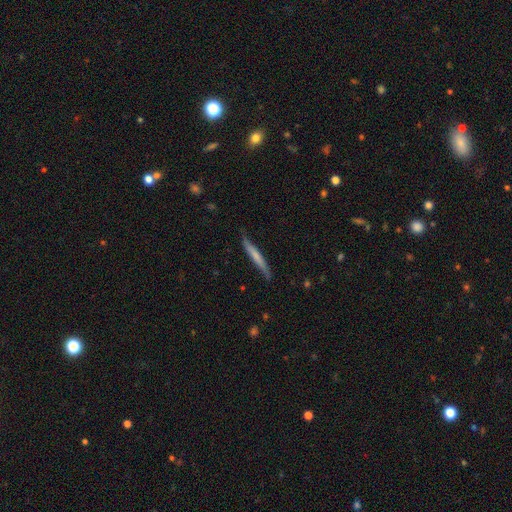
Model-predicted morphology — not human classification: smooth 58%, featured or disk 37%, star or artifact 5%. Down the decision tree: how rounded — cigar-shaped (96%); merging — none (80%).